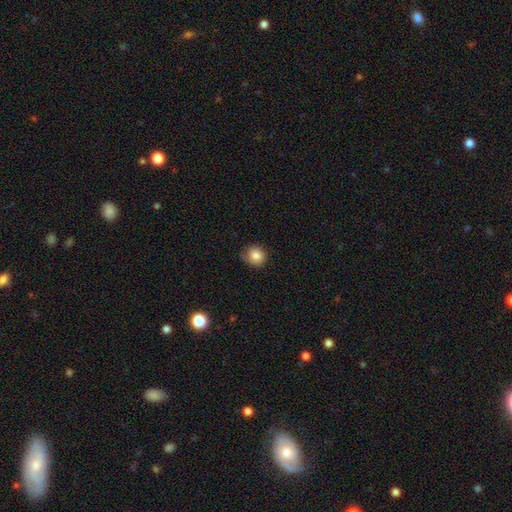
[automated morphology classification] A smooth galaxy with no disk features (82%) that is round (83%). Merging: none (68%).